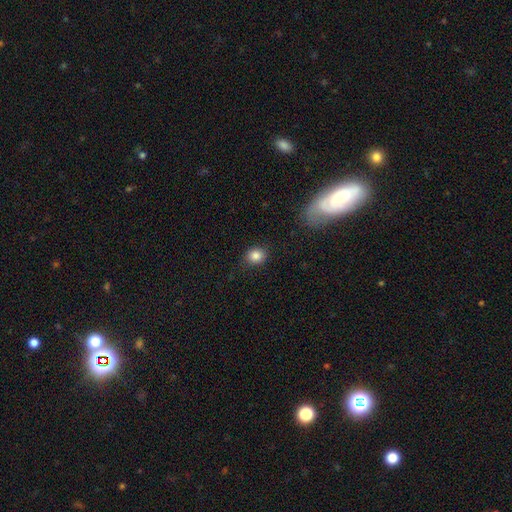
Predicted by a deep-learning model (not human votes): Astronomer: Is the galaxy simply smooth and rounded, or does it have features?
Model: smooth — 85%.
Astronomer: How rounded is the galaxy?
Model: round — 68%.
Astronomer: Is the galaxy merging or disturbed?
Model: none — 85%.